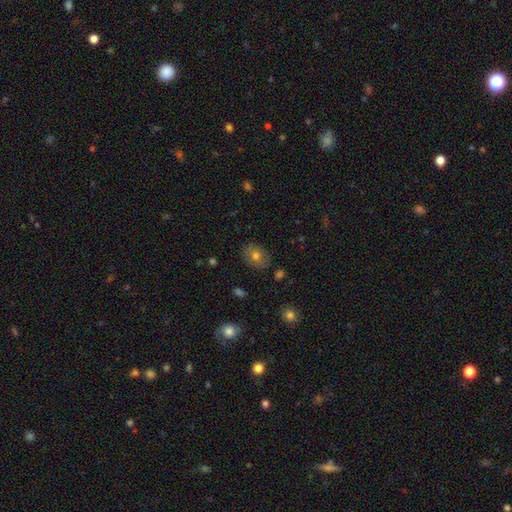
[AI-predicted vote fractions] Overall: smooth (70%). How rounded: in between (60%; round 39%). Merging: none (84%).